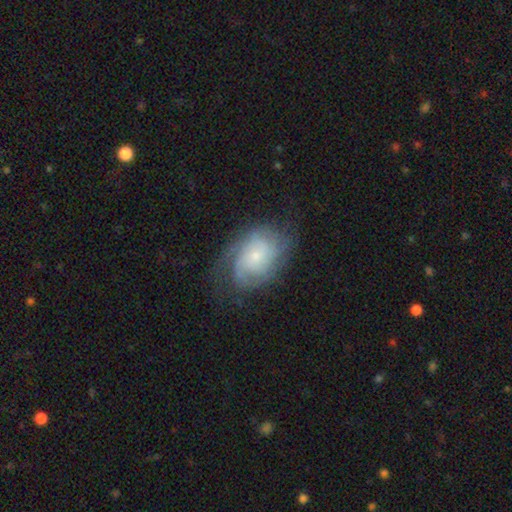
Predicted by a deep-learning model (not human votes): Smooth or featured? featured or disk (73%)
Edge-on disk? no (97%)
Bar? no (73%)
Spiral arms? yes (92%)
Spiral winding? tight (54%)
Spiral arm count? can't tell (37%)
Bulge size? small (68%)
Merging? none (65%)